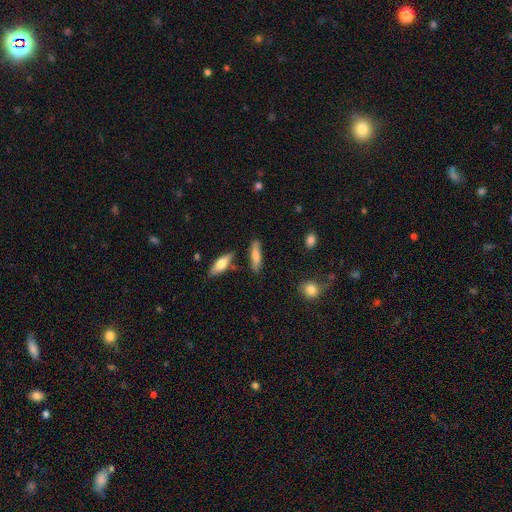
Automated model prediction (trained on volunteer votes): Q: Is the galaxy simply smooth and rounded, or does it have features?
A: smooth — 72%.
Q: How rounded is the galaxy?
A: cigar-shaped — 67%.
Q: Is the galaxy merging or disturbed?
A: none — 79%.